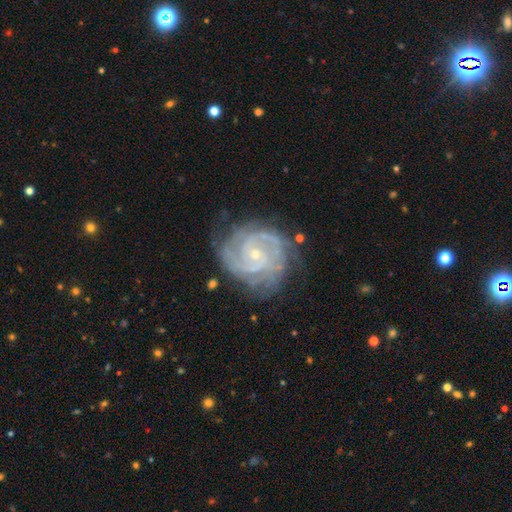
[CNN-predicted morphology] smooth-or-featured: featured or disk: 90% | star or artifact: 5% | smooth: 5%
  disk-edge-on: no: 98% | yes: 2%
    bar: no: 65% | weak: 28% | strong: 6%
    has-spiral-arms: yes: 98% | no: 2%
      spiral-winding: tight: 66% | medium: 29% | loose: 4%
      spiral-arm-count: 2: 34% | 3: 24% | can't tell: 18% | 4: 12% | more than 4: 6% | 1: 6%
    bulge-size: small: 77% | moderate: 20% | none: 1% | large: 1% | dominant: 1%
  merging: none: 71% | minor disturbance: 20% | major disturbance: 8% | merger: 2%